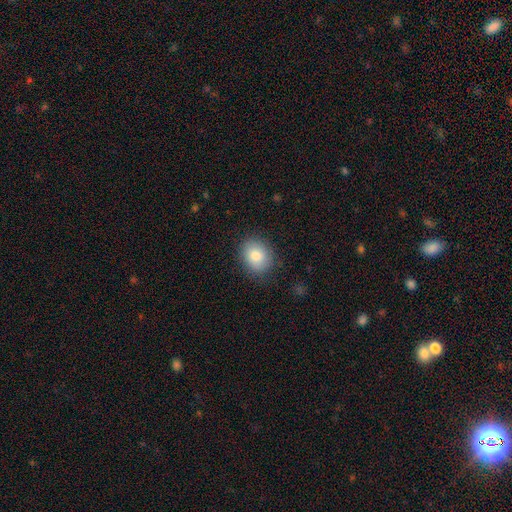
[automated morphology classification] A smooth galaxy with no disk features (82%) that is round (58%). Merging: none (84%).